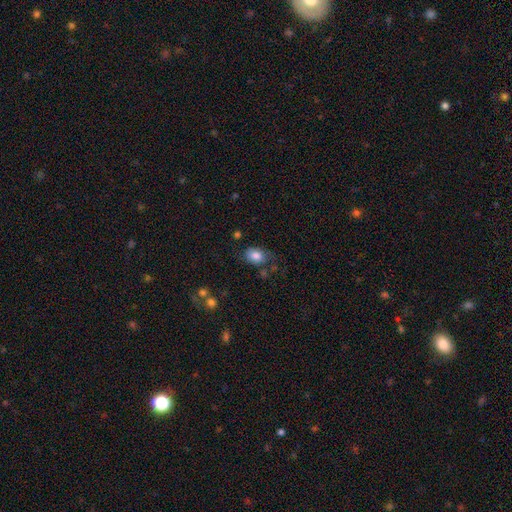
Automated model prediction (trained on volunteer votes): smooth-or-featured: smooth: 82% | featured or disk: 10% | star or artifact: 8%
  how-rounded: in between: 74% | round: 25% | cigar-shaped: 1%
  merging: none: 60% | minor disturbance: 26% | major disturbance: 9% | merger: 5%